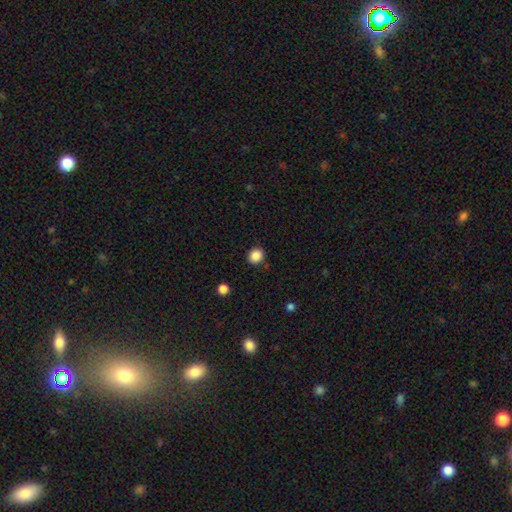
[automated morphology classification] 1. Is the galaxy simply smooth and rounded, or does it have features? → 87% smooth, 10% star or artifact, 3% featured or disk.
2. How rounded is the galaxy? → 79% round, 20% in between, 1% cigar-shaped.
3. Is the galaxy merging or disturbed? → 89% none, 8% minor disturbance, 2% major disturbance, 2% merger.